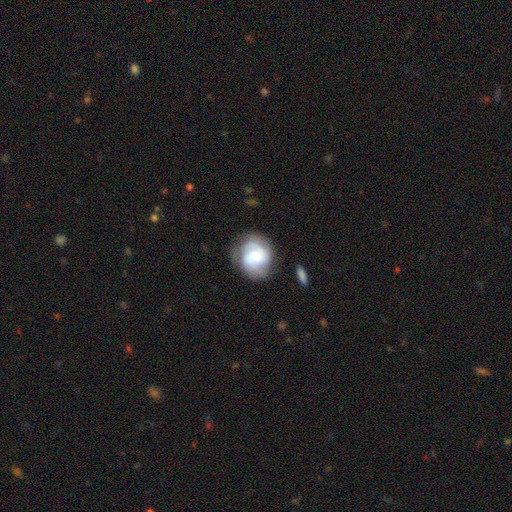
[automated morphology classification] This is likely a featured or disk galaxy (67%). It is clearly not viewed edge-on (98%). Bar: likely no (63%). Spiral arm pattern: clearly yes (92%). Spiral arm count: possibly 2 (49%). Spiral winding: possibly tight (48%). Central bulge: possibly small (49%). Merging: likely none (70%).